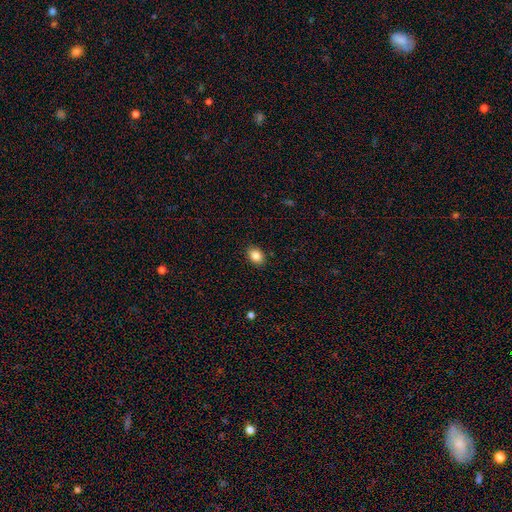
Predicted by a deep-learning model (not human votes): Overall: smooth (86%). How rounded: in between (66%; round 33%). Merging: none (89%).